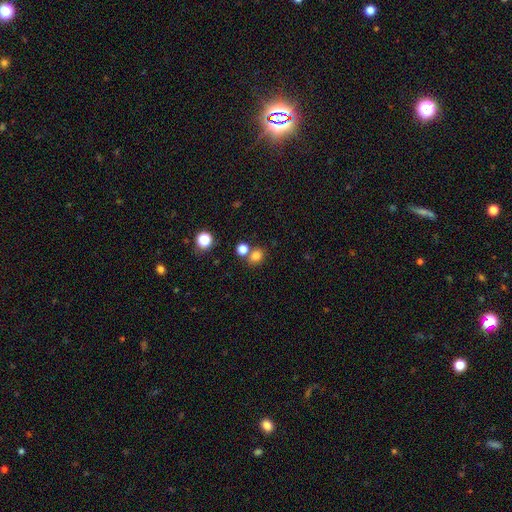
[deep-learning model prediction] This is likely a smooth galaxy (80%). How rounded: likely round (65%). Merging: likely none (64%).